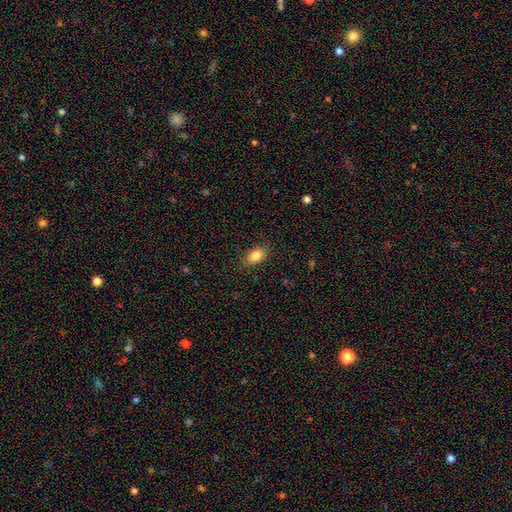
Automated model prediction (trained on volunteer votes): This is clearly a smooth galaxy (85%). How rounded: clearly in between (89%). Merging: clearly none (85%).